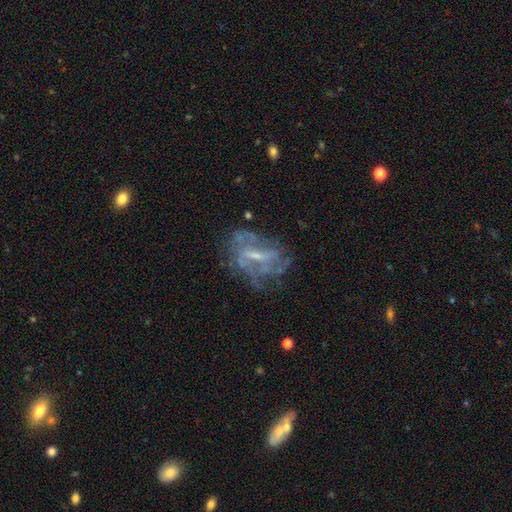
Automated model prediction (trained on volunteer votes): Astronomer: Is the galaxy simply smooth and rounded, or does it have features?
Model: featured or disk — 76%.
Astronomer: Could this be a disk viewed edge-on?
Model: no — 94%.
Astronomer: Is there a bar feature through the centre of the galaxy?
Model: weak — 46% (runner-up: strong, 32%).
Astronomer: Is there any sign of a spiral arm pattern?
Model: yes — 64%.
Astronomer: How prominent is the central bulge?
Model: small — 50% (runner-up: moderate, 30%).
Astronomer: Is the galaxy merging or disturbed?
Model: none — 54%.